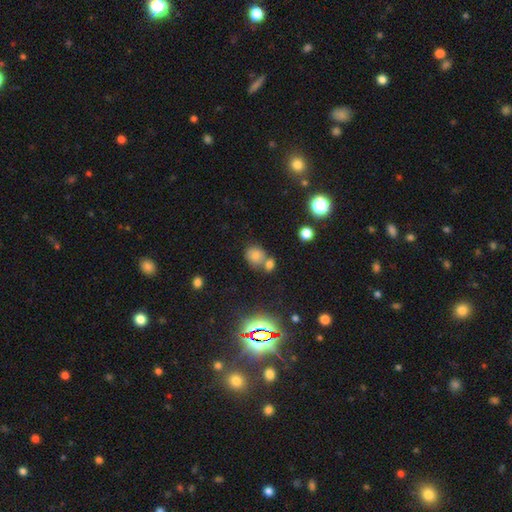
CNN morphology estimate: The model was most divided on "merging": none: 47%, merger: 37%, minor disturbance: 12%, major disturbance: 4%. More confident: smooth or featured — smooth (69%); how rounded — round (68%).